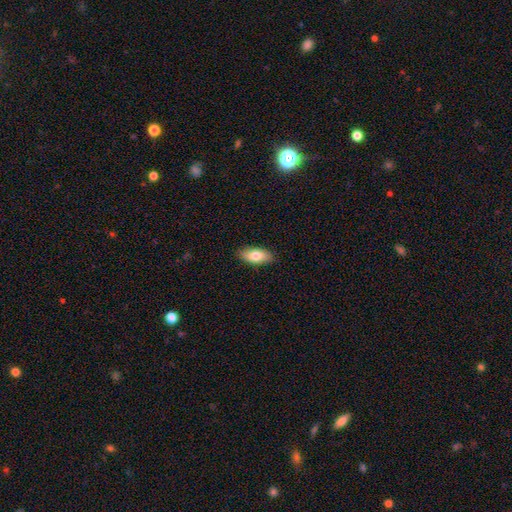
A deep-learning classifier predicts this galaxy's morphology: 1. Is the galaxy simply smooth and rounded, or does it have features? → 77% smooth, 16% featured or disk, 6% star or artifact.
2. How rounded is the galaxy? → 87% in between, 10% cigar-shaped, 3% round.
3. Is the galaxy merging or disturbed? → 88% none, 9% minor disturbance, 2% major disturbance, 1% merger.